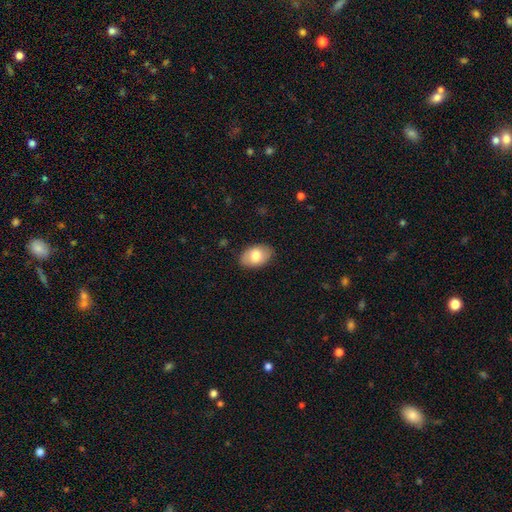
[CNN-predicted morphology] Smooth or featured? Predicted: smooth (p=0.76). How rounded? Predicted: in between (p=0.90). Merging? Predicted: none (p=0.85).